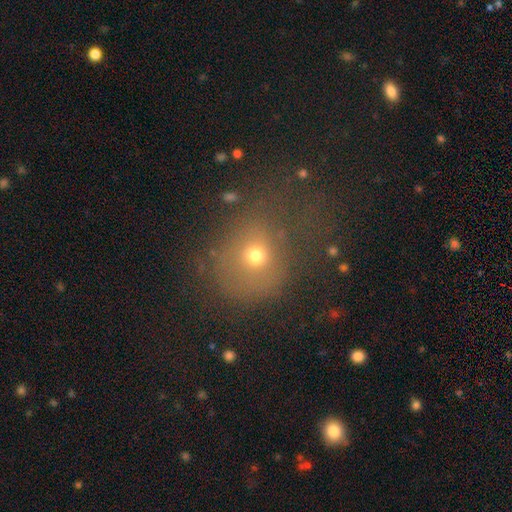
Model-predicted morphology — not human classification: type=smooth (66%); roundness=round (76%); merging=none (60%).